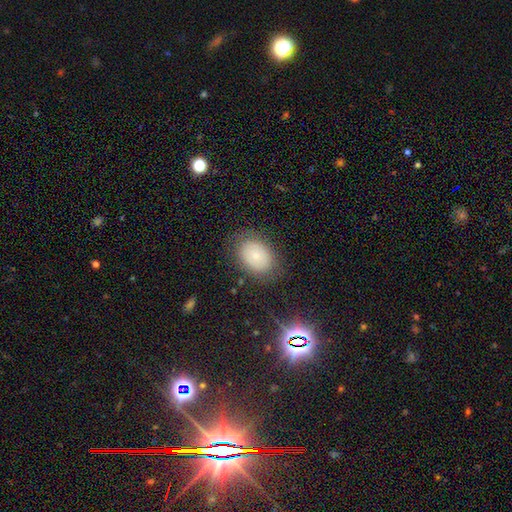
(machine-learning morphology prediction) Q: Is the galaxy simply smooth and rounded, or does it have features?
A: smooth — 77%.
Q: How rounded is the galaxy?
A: in between — 74%.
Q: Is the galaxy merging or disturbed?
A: none — 80%.